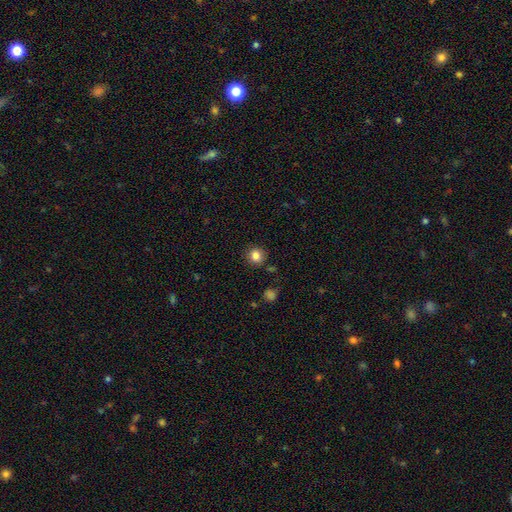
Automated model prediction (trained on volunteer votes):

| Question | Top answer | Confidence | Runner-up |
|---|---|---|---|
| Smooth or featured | smooth | 84% | star or artifact (11%) |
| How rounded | round | 88% | in between (11%) |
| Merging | none | 88% | minor disturbance (8%) |